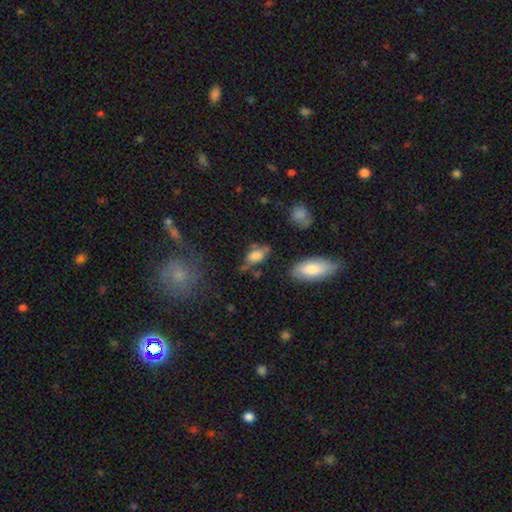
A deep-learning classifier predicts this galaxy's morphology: smooth 73%, featured or disk 18%, star or artifact 9%. Down the decision tree: how rounded — in between (87%); merging — none (46%).